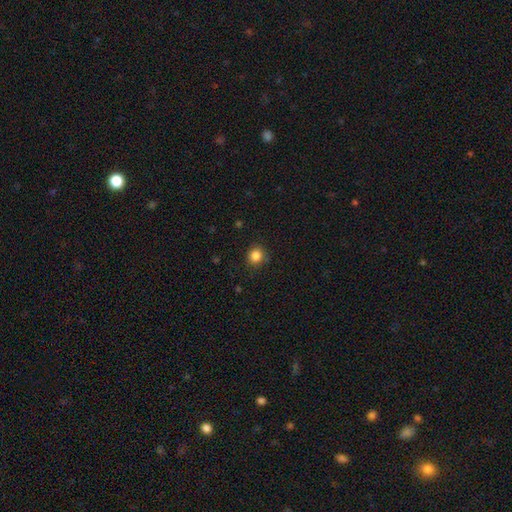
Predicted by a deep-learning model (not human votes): Q: Smooth or featured?
A: smooth (85%); runner-up: star or artifact (11%)
Q: How rounded?
A: round (87%); runner-up: in between (12%)
Q: Merging?
A: none (85%); runner-up: minor disturbance (11%)